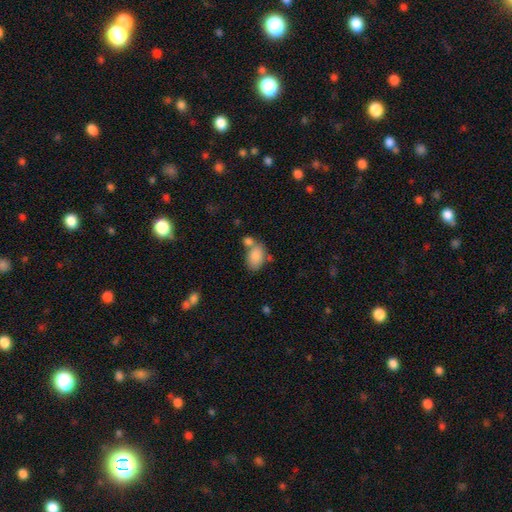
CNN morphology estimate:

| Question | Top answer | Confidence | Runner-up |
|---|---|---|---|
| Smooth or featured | smooth | 84% | featured or disk (9%) |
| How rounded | in between | 85% | round (13%) |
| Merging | none | 47% | merger (33%) |